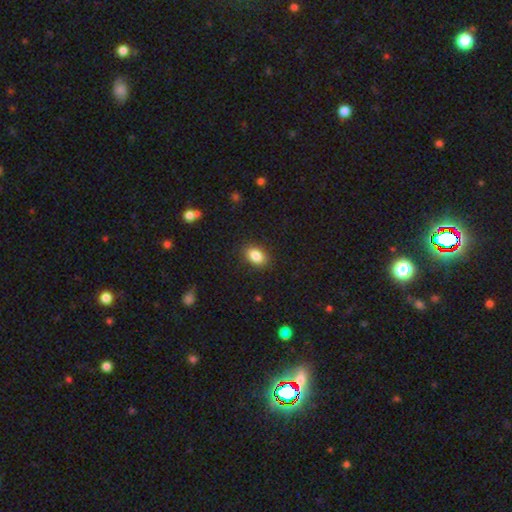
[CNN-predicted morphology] A smooth galaxy with no disk features (86%) that is in between round and cigar-shaped (85%).

Vote fractions:
- Smooth or featured? smooth: 86% / star or artifact: 8% / featured or disk: 6%
- How rounded? in between: 85% / round: 13% / cigar-shaped: 2%
- Merging? none: 88% / minor disturbance: 9% / major disturbance: 2% / merger: 1%